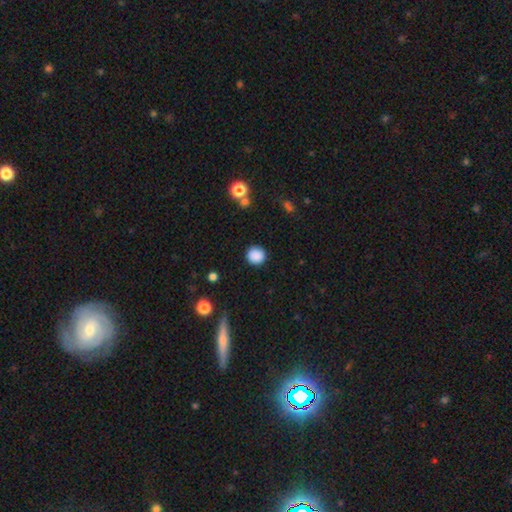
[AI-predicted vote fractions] smooth_or_featured: smooth (p=0.88) [alt: star or artifact p=0.10]
how_rounded: round (p=0.92) [alt: in between p=0.07]
merging: none (p=0.90) [alt: minor disturbance p=0.06]